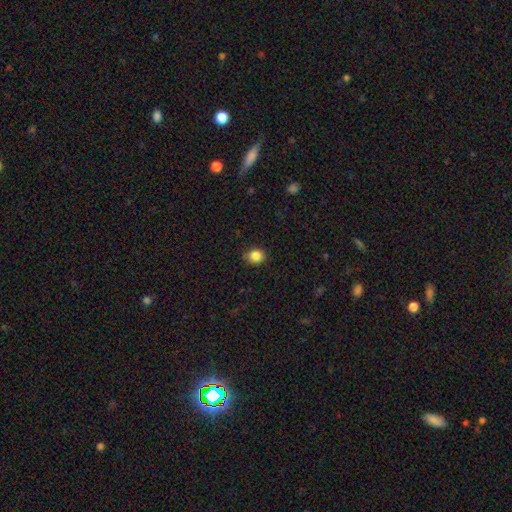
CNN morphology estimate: A smooth galaxy with no disk features (85%) that is round (72%). Merging: none (84%).